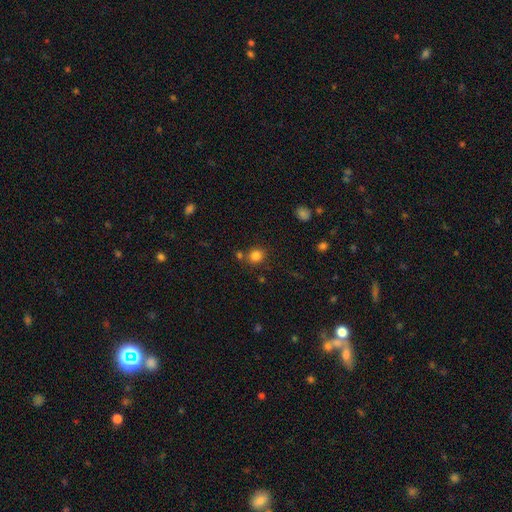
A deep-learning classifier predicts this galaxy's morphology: The model was most divided on "merging": none: 76%, merger: 11%, minor disturbance: 10%, major disturbance: 3%. More confident: smooth or featured — smooth (82%); how rounded — round (82%).